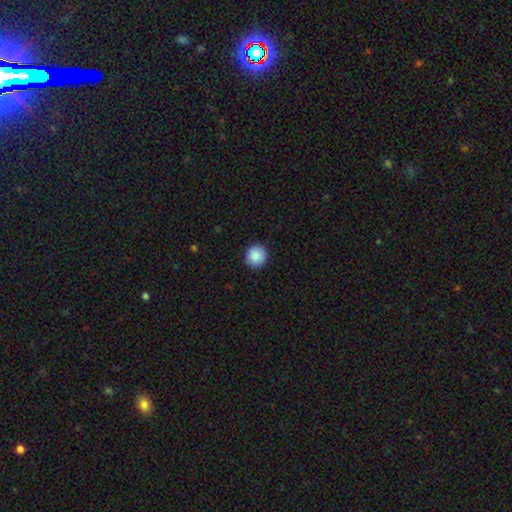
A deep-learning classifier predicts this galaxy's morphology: This is clearly a smooth galaxy (88%). How rounded: clearly round (93%). Merging: clearly none (92%).